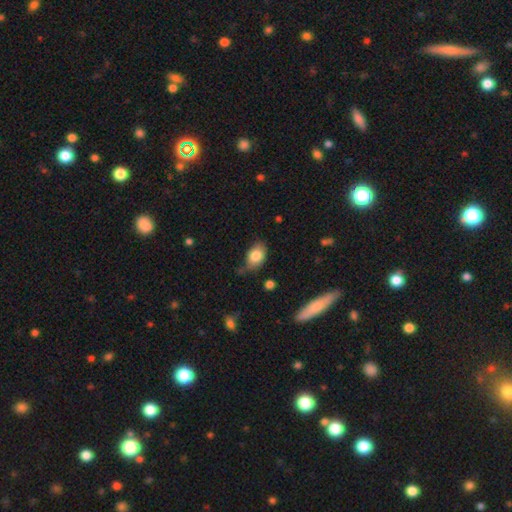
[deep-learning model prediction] Smooth or featured: smooth — 81% (featured or disk — 11%)
How rounded: in between — 81% (round — 17%)
Merging: none — 61% (minor disturbance — 29%)